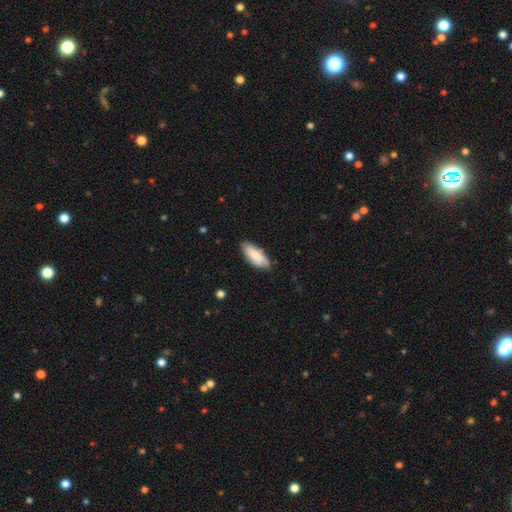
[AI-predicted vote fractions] Smooth or featured? smooth (79%)
How rounded? in between (79%)
Merging? none (76%)